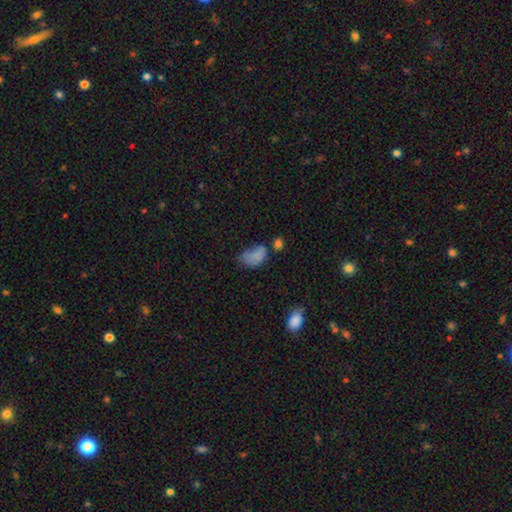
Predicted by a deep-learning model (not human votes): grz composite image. It shows a smooth galaxy with no disk features (73%) that is in between round and cigar-shaped (87%). Merging: minor disturbance (32%).